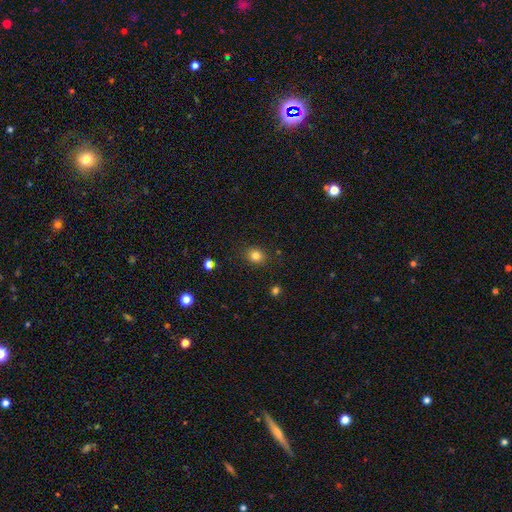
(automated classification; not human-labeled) A smooth galaxy with no disk features (82%) that is round (64%). Merging: none (87%).